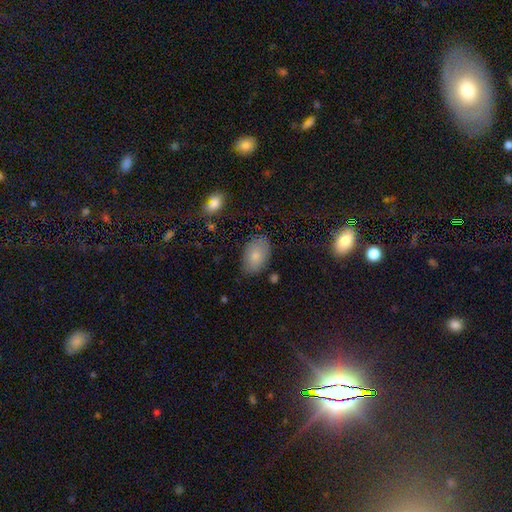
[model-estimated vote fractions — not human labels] smooth 80%, featured or disk 12%, star or artifact 8%. Down the decision tree: how rounded — in between (90%); merging — none (80%).